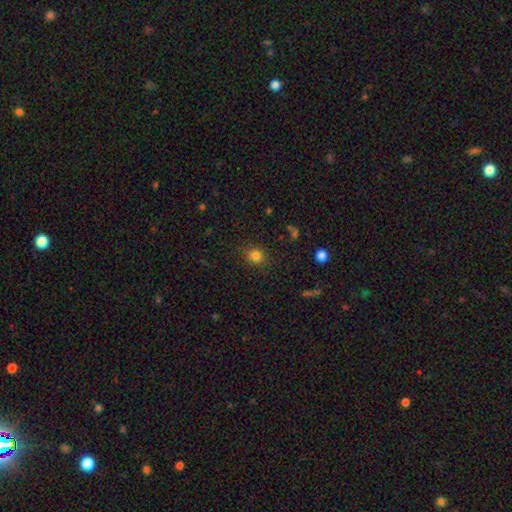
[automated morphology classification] type=smooth (81%); roundness=round (74%); merging=none (87%).